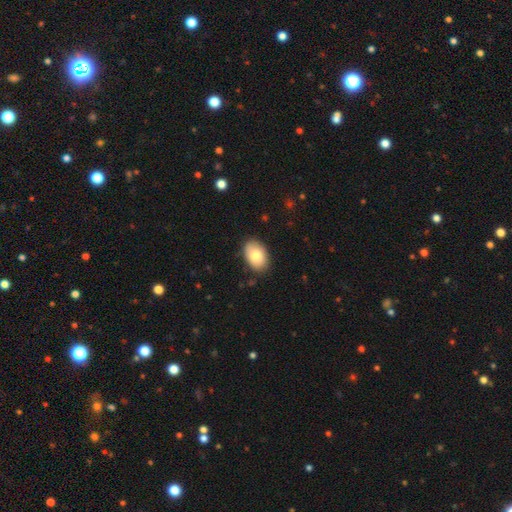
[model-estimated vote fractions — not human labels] A smooth galaxy with no disk features (80%) that is in between round and cigar-shaped (88%).

Vote fractions:
- Smooth or featured? smooth: 80% / featured or disk: 13% / star or artifact: 7%
- How rounded? in between: 88% / round: 11% / cigar-shaped: 1%
- Merging? none: 83% / minor disturbance: 13% / major disturbance: 3% / merger: 1%